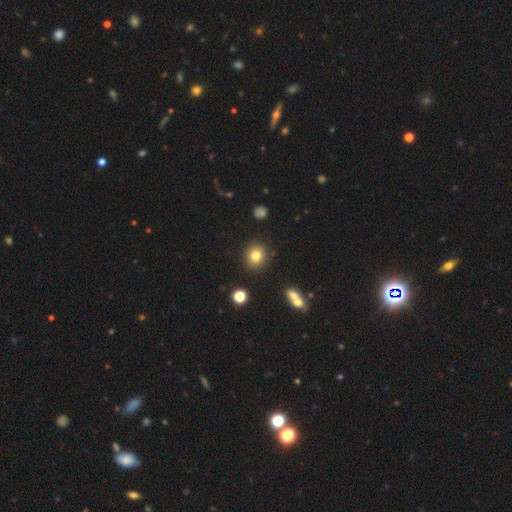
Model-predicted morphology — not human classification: Q: Smooth or featured?
A: smooth (80%); runner-up: star or artifact (12%)
Q: How rounded?
A: round (77%); runner-up: in between (21%)
Q: Merging?
A: none (87%); runner-up: minor disturbance (8%)